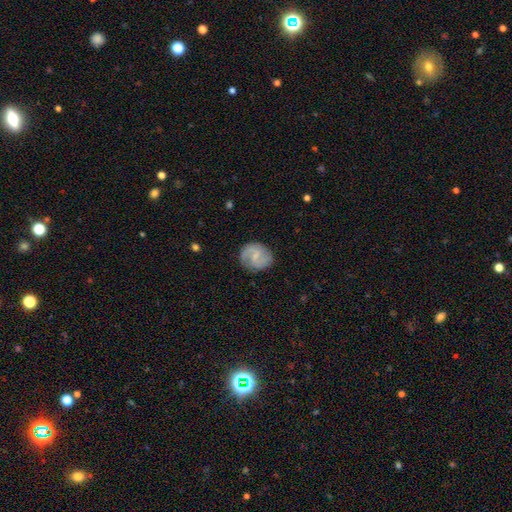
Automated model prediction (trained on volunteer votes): Smooth or featured? featured or disk (63%)
Edge-on disk? no (98%)
Bar? weak (54%)
Spiral arms? yes (91%)
Spiral winding? medium (48%)
Spiral arm count? 2 (81%)
Bulge size? small (57%)
Merging? none (79%)